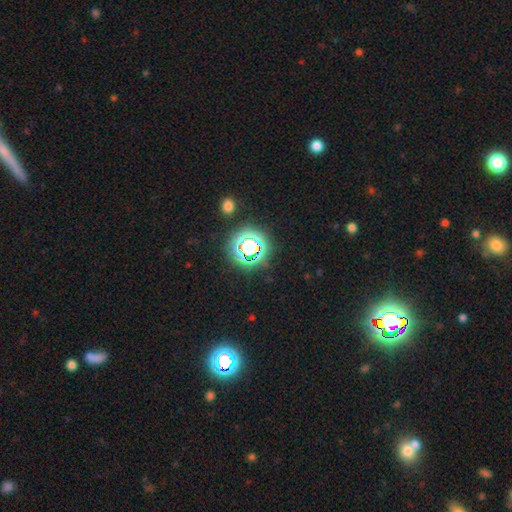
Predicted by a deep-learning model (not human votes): smooth_or_featured: star or artifact (p=0.71) [alt: smooth p=0.19]